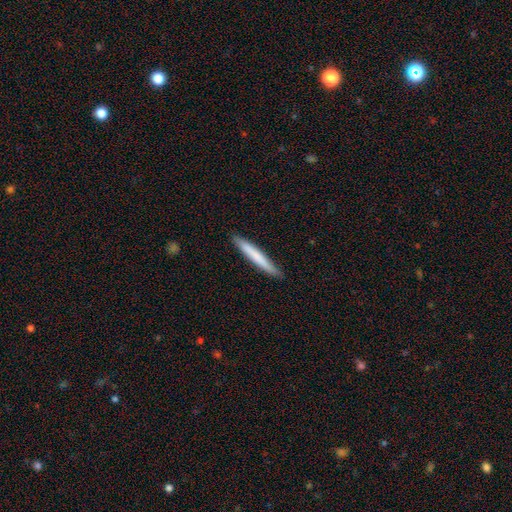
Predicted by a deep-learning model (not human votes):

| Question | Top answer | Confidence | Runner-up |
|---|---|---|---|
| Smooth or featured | smooth | 73% | featured or disk (22%) |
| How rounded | cigar-shaped | 96% | in between (3%) |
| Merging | none | 89% | minor disturbance (8%) |